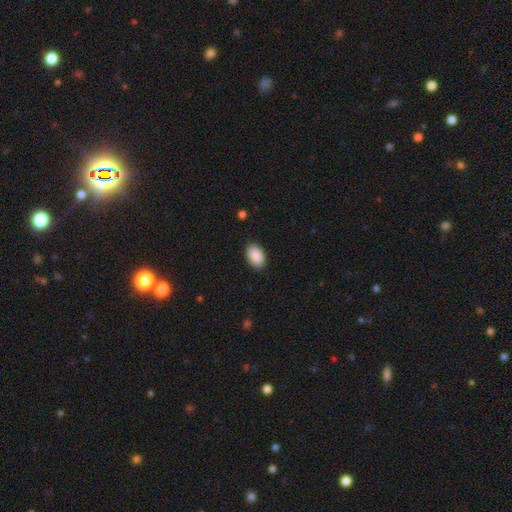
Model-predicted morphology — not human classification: This appears to be a smooth galaxy with no disk features (91%) that is in between round and cigar-shaped (91%). Merging: none (88%).